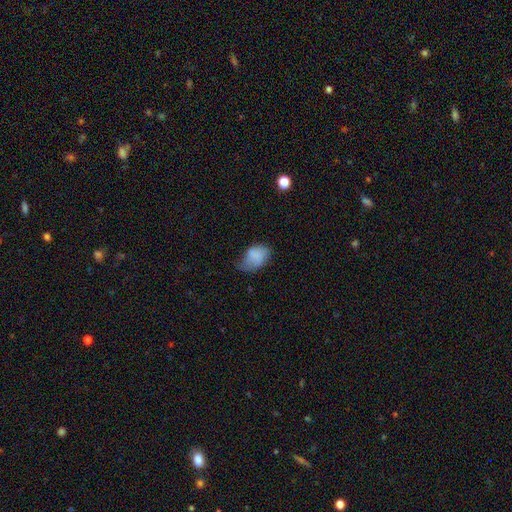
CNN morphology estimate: This is likely a smooth galaxy (78%). How rounded: clearly in between (85%). Merging: marginally minor disturbance (43%).